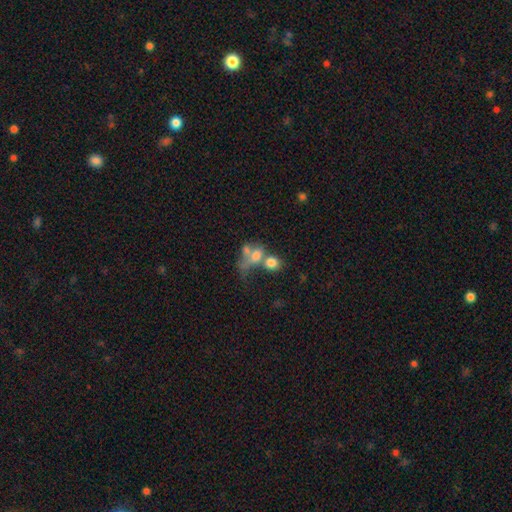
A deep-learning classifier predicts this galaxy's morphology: Smooth or featured? smooth (64%)
How rounded? in between (58%)
Merging? merger (56%)